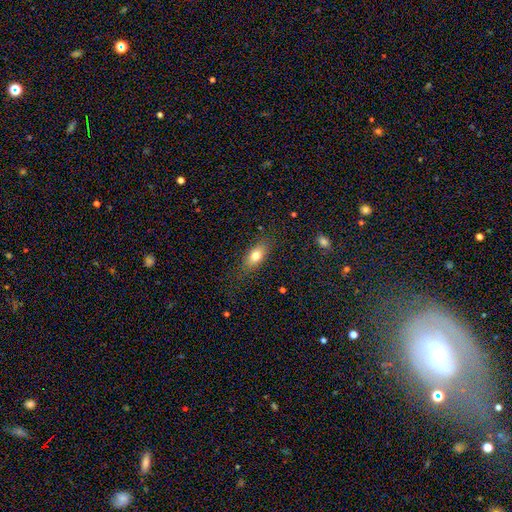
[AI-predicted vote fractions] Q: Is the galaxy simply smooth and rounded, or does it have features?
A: smooth — 76%.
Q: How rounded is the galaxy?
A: in between — 82%.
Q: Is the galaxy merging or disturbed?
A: none — 80%.